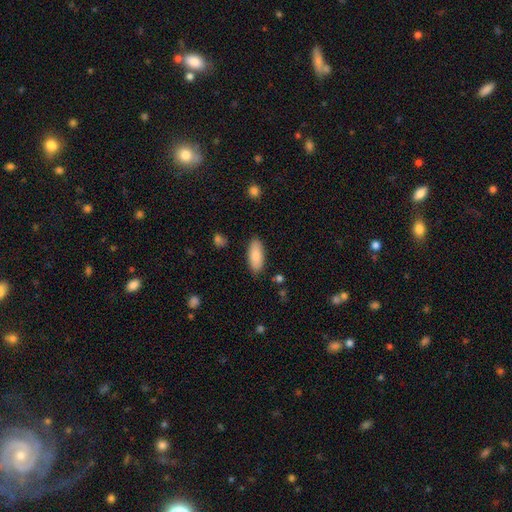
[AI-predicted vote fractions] This is clearly a smooth galaxy (86%). How rounded: clearly in between (81%). Merging: clearly none (86%).